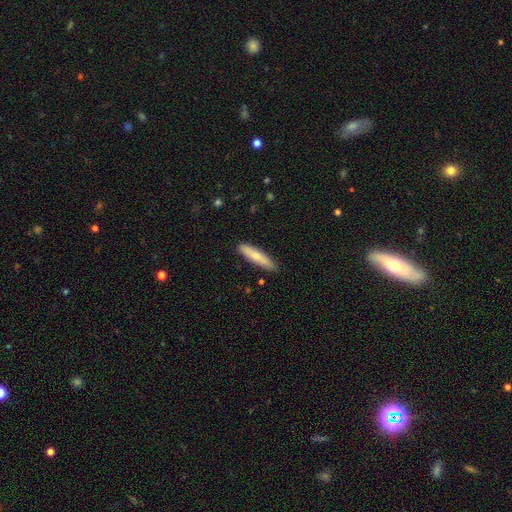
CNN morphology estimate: This is likely a smooth galaxy (72%). How rounded: clearly cigar-shaped (83%). Merging: clearly none (86%).